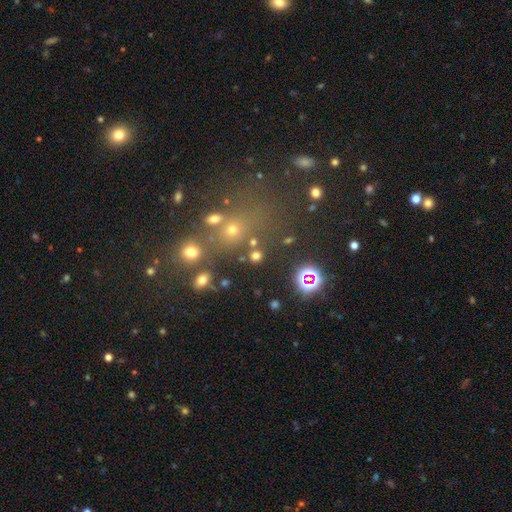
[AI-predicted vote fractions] smooth-or-featured: smooth: 66% | star or artifact: 25% | featured or disk: 9%
  how-rounded: round: 76% | in between: 21% | cigar-shaped: 2%
  merging: none: 72% | merger: 13% | minor disturbance: 9% | major disturbance: 6%